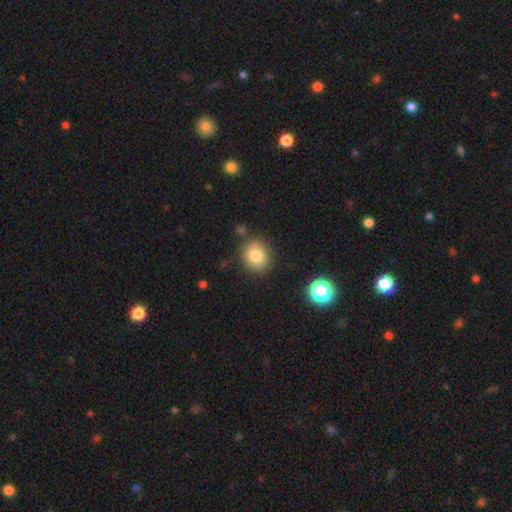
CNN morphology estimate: The model was most divided on "how rounded": round: 70%, in between: 29%, cigar-shaped: 1%. More confident: merging — none (83%); smooth or featured — smooth (81%).